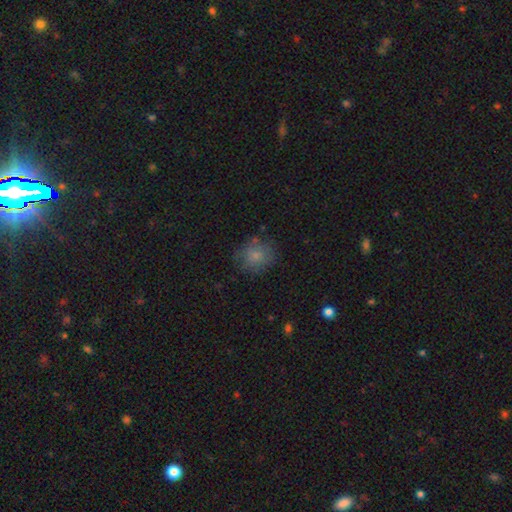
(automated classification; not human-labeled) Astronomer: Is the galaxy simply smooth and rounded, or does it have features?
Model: smooth — 79%.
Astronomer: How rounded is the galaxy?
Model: round — 81%.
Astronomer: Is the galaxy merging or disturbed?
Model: none — 73%.